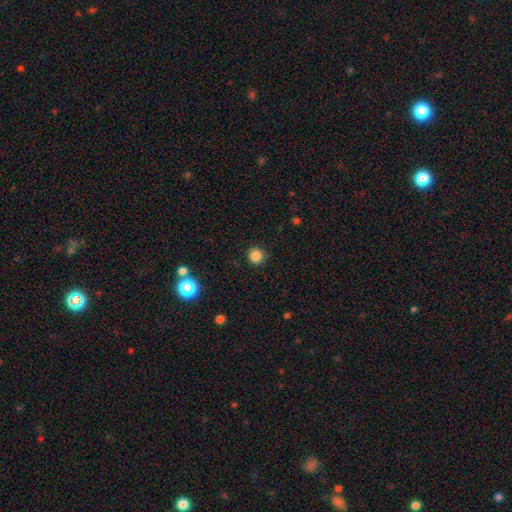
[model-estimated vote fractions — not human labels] smooth_or_featured: smooth (p=0.85) [alt: star or artifact p=0.12]
how_rounded: round (p=0.94) [alt: in between p=0.05]
merging: none (p=0.91) [alt: minor disturbance p=0.06]